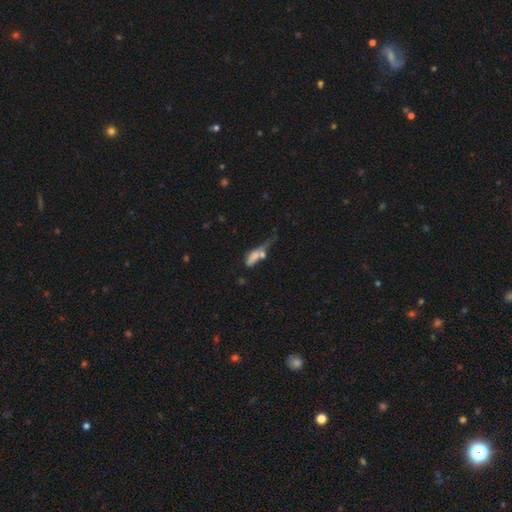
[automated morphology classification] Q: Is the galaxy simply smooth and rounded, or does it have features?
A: smooth — 62%.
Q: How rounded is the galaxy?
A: in between — 51%.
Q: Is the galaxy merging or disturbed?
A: merger — 30%.